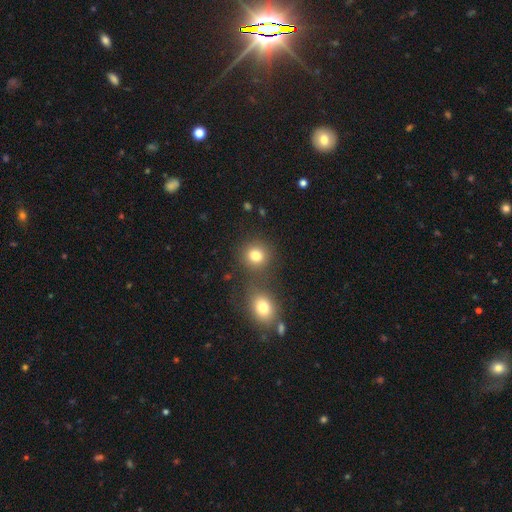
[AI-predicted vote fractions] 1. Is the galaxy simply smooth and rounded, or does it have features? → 80% smooth, 13% star or artifact, 7% featured or disk.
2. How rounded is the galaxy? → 85% round, 14% in between, 1% cigar-shaped.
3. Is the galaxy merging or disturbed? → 68% none, 21% merger, 7% minor disturbance, 3% major disturbance.